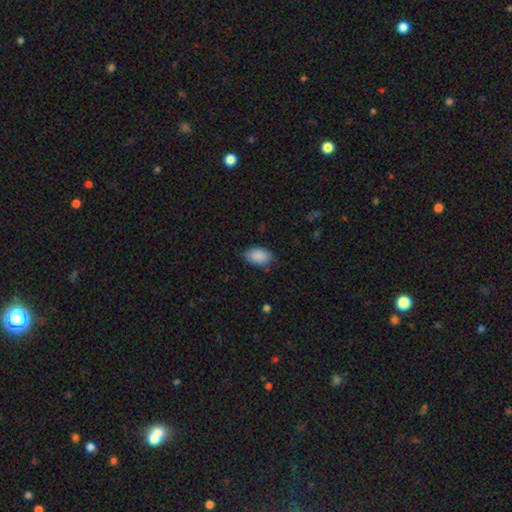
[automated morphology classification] The model was most divided on "merging": none: 81%, minor disturbance: 15%, major disturbance: 3%, merger: 1%. More confident: how rounded — in between (93%); smooth or featured — smooth (89%).